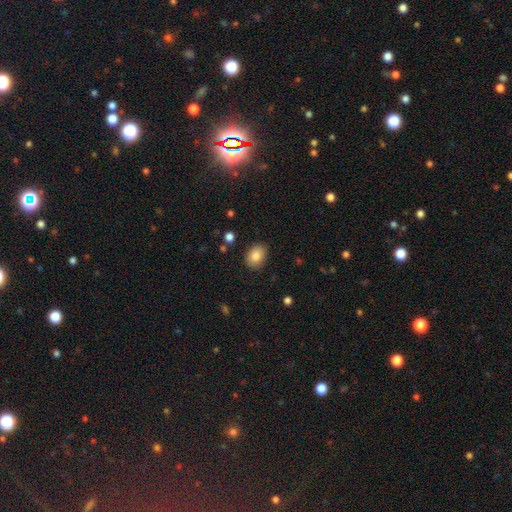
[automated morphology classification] Smooth or featured: smooth — 85% (star or artifact — 8%)
How rounded: in between — 69% (round — 30%)
Merging: none — 84% (minor disturbance — 12%)